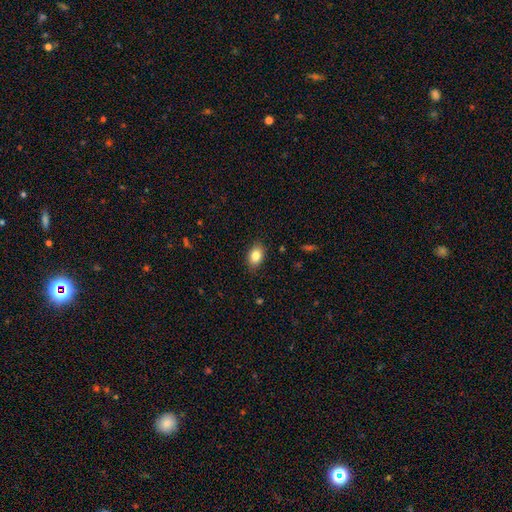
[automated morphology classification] Q: Smooth or featured?
A: smooth (84%); runner-up: star or artifact (9%)
Q: How rounded?
A: in between (79%); runner-up: round (20%)
Q: Merging?
A: none (86%); runner-up: minor disturbance (11%)